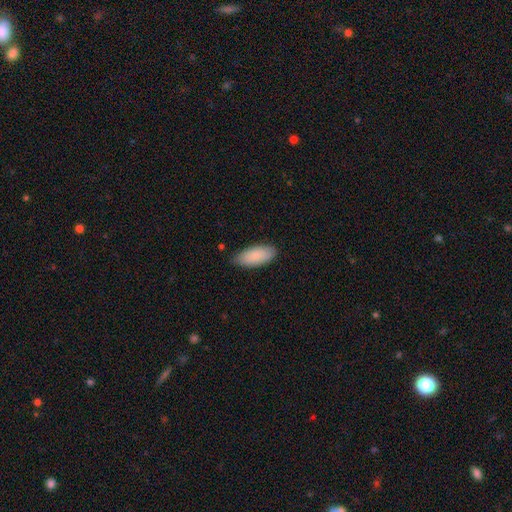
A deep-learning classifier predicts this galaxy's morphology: Smooth or featured: smooth — 86% (featured or disk — 8%)
How rounded: in between — 89% (cigar-shaped — 9%)
Merging: none — 79% (minor disturbance — 17%)